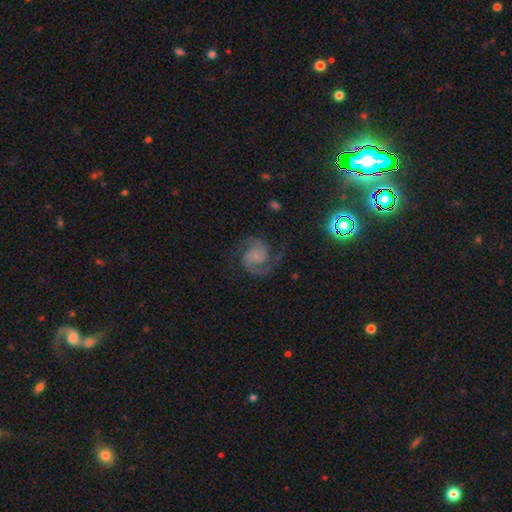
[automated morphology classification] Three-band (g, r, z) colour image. It shows a featured or disk galaxy (87%) with no bar (65%), 2 (93%) medium (58%) spiral arms (98%) and no central bulge (45%). Merging: none (77%).